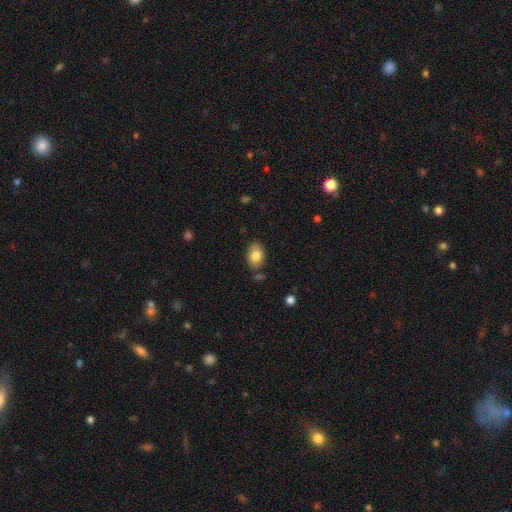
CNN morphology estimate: A smooth galaxy with no disk features (82%) that is in between round and cigar-shaped (82%). Merging: none (79%).